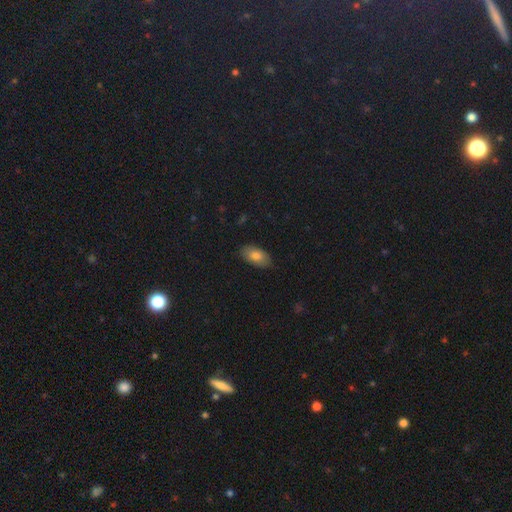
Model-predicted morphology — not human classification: A smooth galaxy with no disk features (80%) that is in between round and cigar-shaped (93%).

Vote fractions:
- Smooth or featured? smooth: 80% / featured or disk: 12% / star or artifact: 7%
- How rounded? in between: 93% / round: 4% / cigar-shaped: 3%
- Merging? none: 83% / minor disturbance: 14% / major disturbance: 3% / merger: 1%